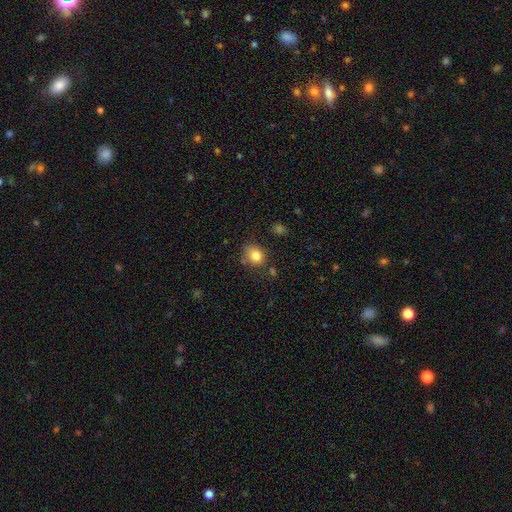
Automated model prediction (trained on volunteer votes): Q: Smooth or featured?
A: smooth (82%); runner-up: star or artifact (10%)
Q: How rounded?
A: round (59%); runner-up: in between (40%)
Q: Merging?
A: none (68%); runner-up: minor disturbance (20%)